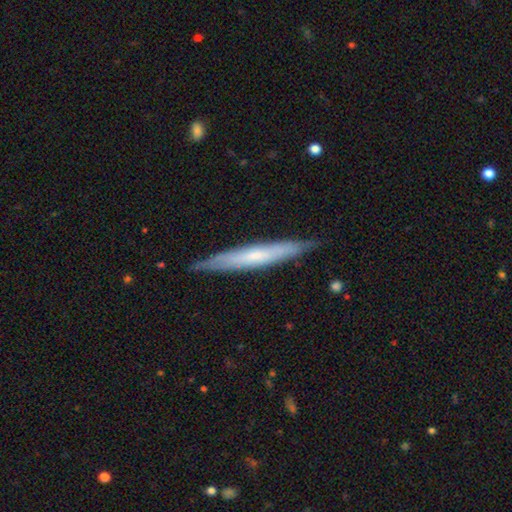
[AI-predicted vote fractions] A featured or disk galaxy (51%) viewed edge-on (88%).

Vote fractions:
- Smooth or featured? featured or disk: 51% / smooth: 43% / star or artifact: 6%
- Edge-on disk? yes: 88% / no: 12%
- Merging? none: 86% / minor disturbance: 11% / major disturbance: 2% / merger: 1%